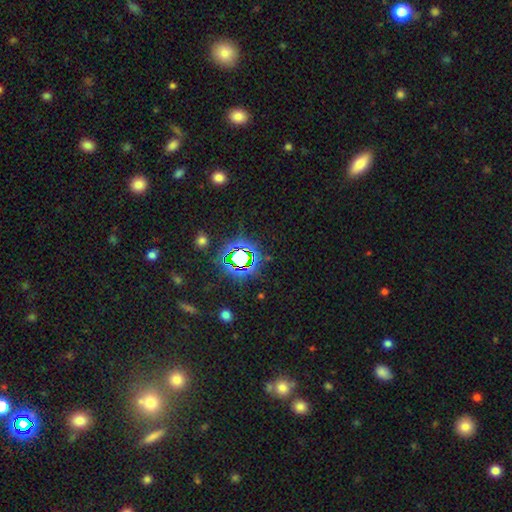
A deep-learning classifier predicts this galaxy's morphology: type=star or artifact (70%).